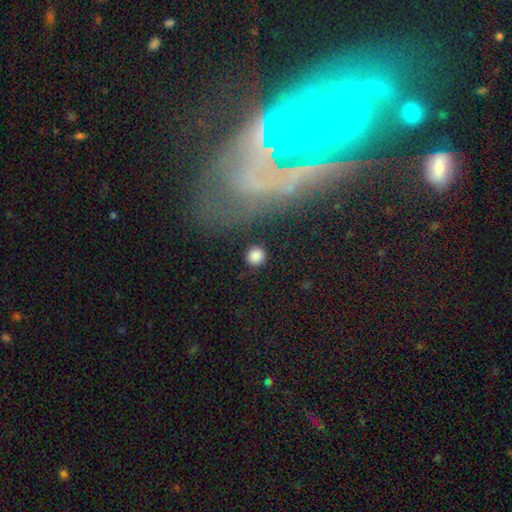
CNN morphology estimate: type=smooth (85%); roundness=round (93%); merging=none (89%).